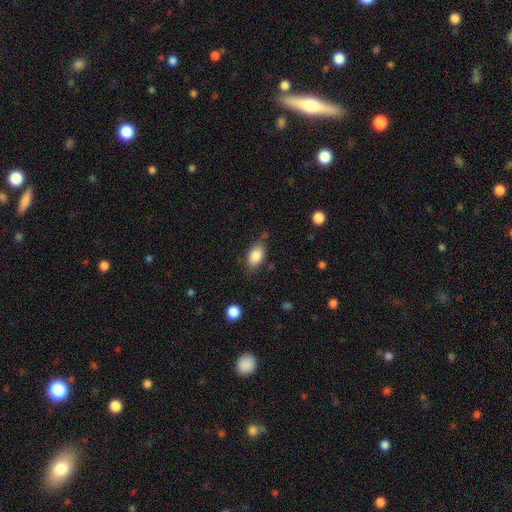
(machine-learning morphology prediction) The model was most divided on "merging": none: 72%, minor disturbance: 20%, major disturbance: 5%, merger: 3%. More confident: how rounded — in between (89%); smooth or featured — smooth (84%).